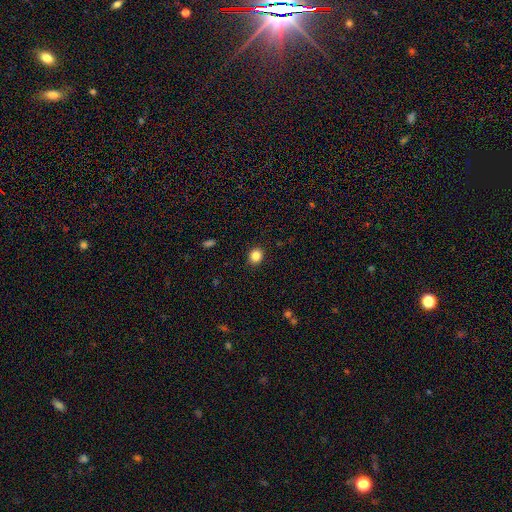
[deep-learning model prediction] Morphology: type=smooth (86%); roundness=round (76%); merging=none (90%).